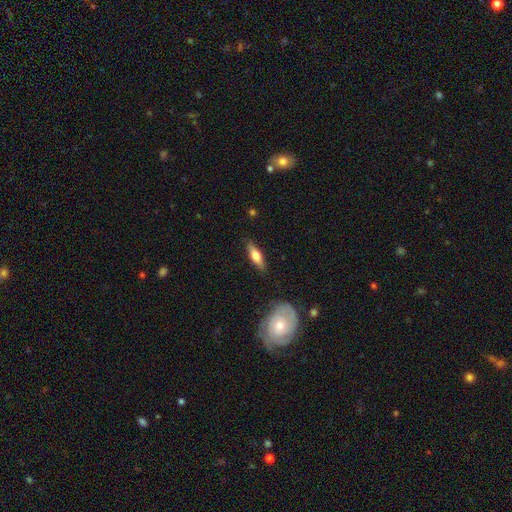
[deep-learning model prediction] A smooth galaxy with no disk features (54%) that is cigar-shaped (54%).

Vote fractions:
- Smooth or featured? smooth: 54% / featured or disk: 39% / star or artifact: 6%
- How rounded? cigar-shaped: 54% / in between: 43% / round: 3%
- Merging? none: 85% / minor disturbance: 11% / major disturbance: 2% / merger: 2%